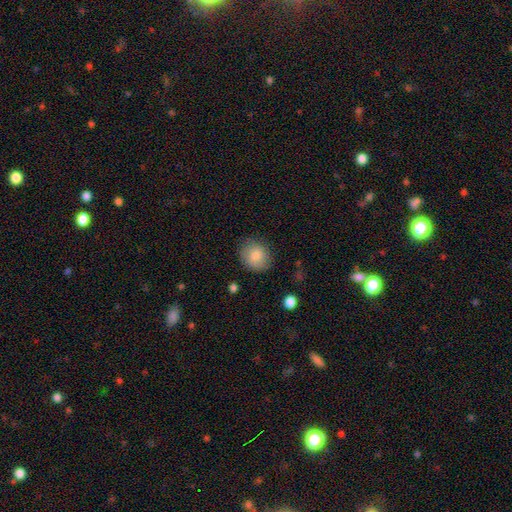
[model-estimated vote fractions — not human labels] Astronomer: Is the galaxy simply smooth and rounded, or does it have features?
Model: smooth — 82%.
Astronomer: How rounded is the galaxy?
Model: round — 74%.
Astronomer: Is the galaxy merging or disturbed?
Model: none — 81%.